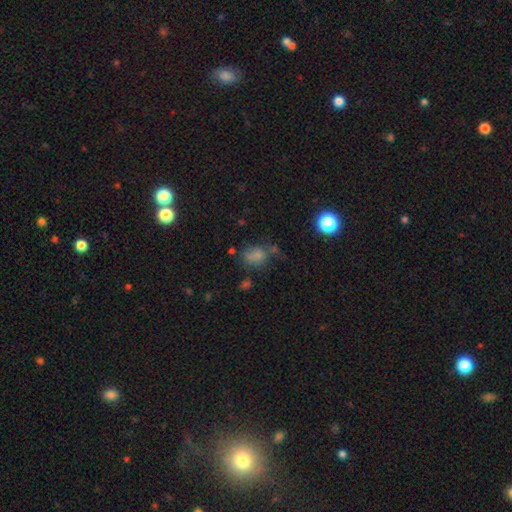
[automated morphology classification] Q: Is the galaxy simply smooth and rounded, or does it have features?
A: smooth — 67%.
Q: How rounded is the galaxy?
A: in between — 58%.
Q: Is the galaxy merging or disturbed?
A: none — 45%.